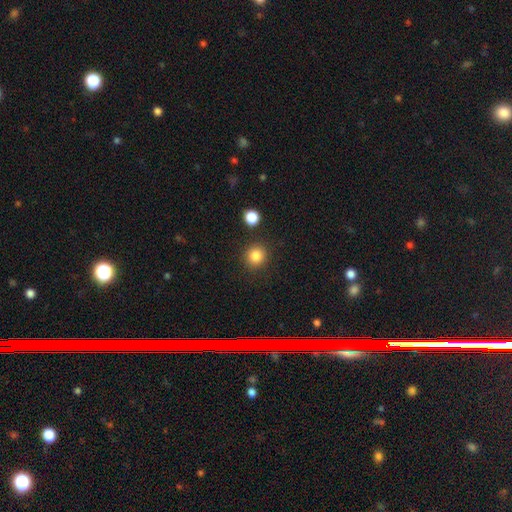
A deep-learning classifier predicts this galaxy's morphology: Q: Smooth or featured?
A: smooth (84%); runner-up: star or artifact (11%)
Q: How rounded?
A: round (90%); runner-up: in between (9%)
Q: Merging?
A: none (88%); runner-up: minor disturbance (7%)